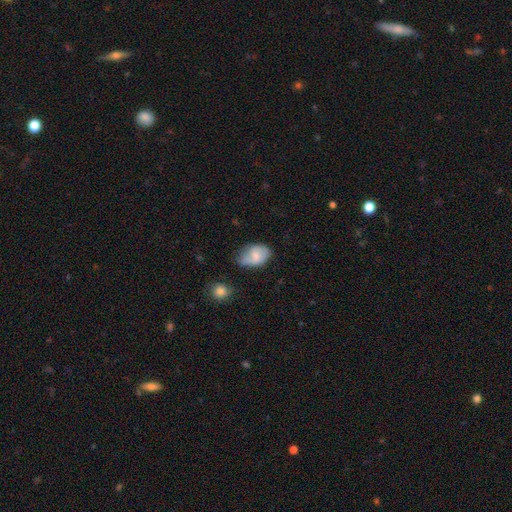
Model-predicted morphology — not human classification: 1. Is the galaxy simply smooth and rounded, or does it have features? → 67% smooth, 26% featured or disk, 7% star or artifact.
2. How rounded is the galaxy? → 85% in between, 13% round, 1% cigar-shaped.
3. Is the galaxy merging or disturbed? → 46% none, 38% minor disturbance, 11% major disturbance, 5% merger.